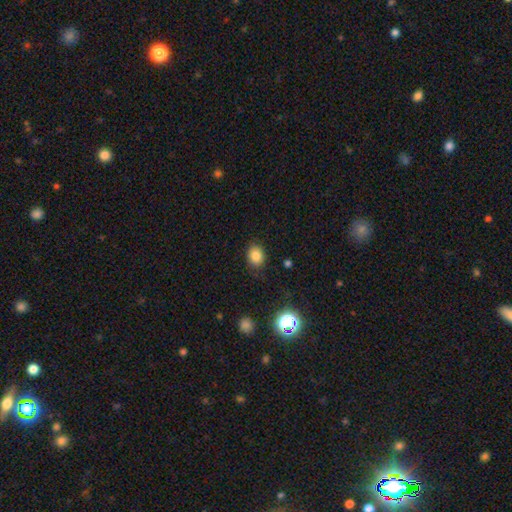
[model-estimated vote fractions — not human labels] Smooth or featured? Predicted: smooth (p=0.83). How rounded? Predicted: in between (p=0.54). Merging? Predicted: none (p=0.85).